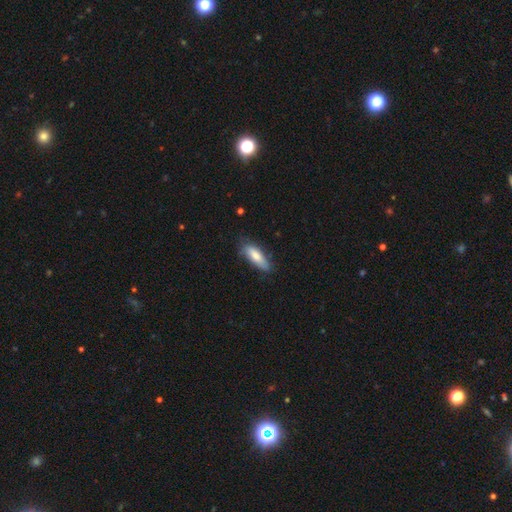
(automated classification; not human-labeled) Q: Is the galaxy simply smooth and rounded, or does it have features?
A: smooth — 78%.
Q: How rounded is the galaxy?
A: in between — 55%.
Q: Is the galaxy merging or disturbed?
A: none — 72%.